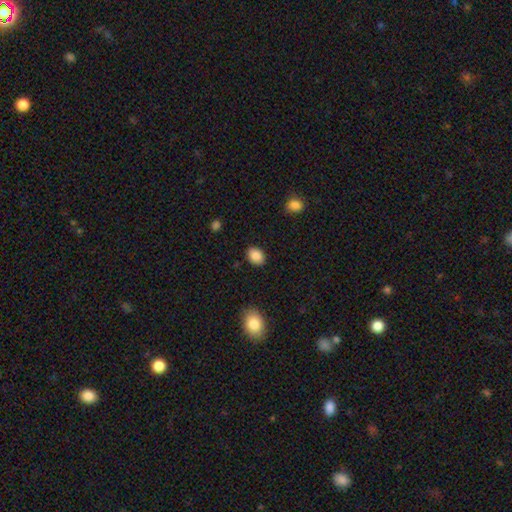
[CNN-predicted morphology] A smooth galaxy with no disk features (88%) that is in between round and cigar-shaped (69%).

Vote fractions:
- Smooth or featured? smooth: 88% / star or artifact: 8% / featured or disk: 4%
- How rounded? in between: 69% / round: 30% / cigar-shaped: 1%
- Merging? none: 87% / minor disturbance: 9% / major disturbance: 3% / merger: 1%